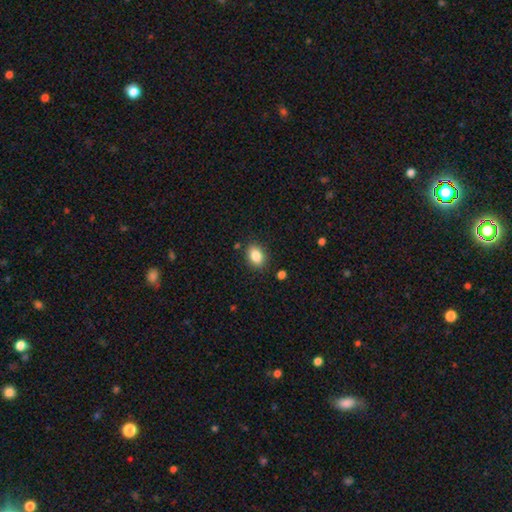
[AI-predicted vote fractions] Smooth or featured: smooth — 85% (star or artifact — 9%)
How rounded: in between — 75% (round — 24%)
Merging: none — 85% (minor disturbance — 10%)